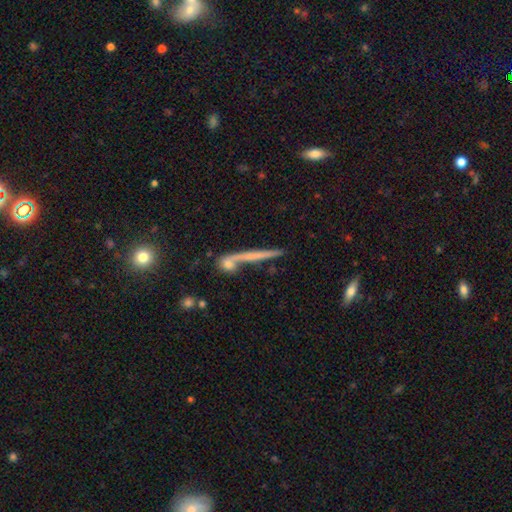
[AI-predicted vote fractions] A smooth galaxy with no disk features (49%). Merging: none (57%).